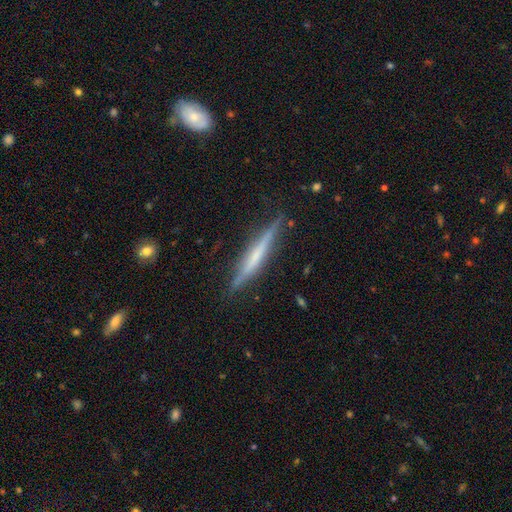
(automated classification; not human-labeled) A featured or disk galaxy (62%) viewed edge-on (97%) with no central bulge (64%).

Vote fractions:
- Smooth or featured? featured or disk: 62% / smooth: 32% / star or artifact: 6%
- Edge-on disk? yes: 97% / no: 3%
- Edge-on bulge? none: 64% / rounded: 24% / boxy: 13%
- Merging? none: 86% / minor disturbance: 10% / major disturbance: 2% / merger: 1%